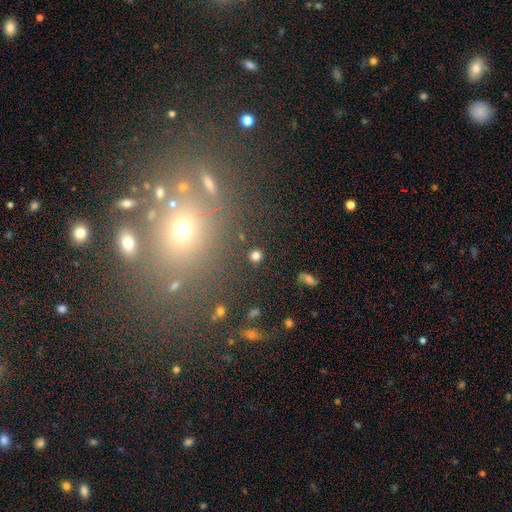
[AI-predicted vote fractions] smooth 77%, star or artifact 17%, featured or disk 6%. Down the decision tree: how rounded — round (90%); merging — none (88%).